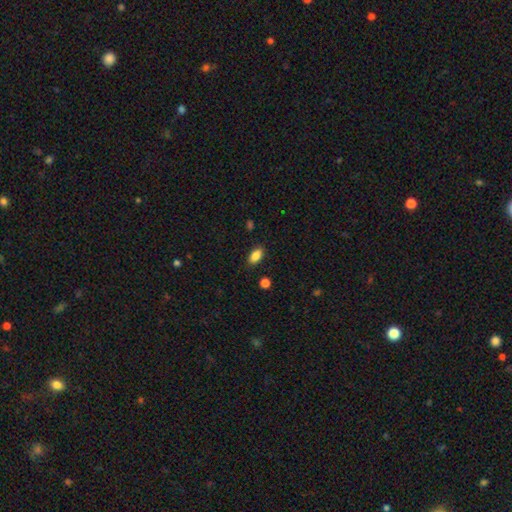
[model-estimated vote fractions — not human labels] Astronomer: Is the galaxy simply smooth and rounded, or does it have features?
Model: smooth — 87%.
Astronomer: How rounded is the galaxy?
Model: in between — 91%.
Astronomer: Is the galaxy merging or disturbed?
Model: none — 87%.